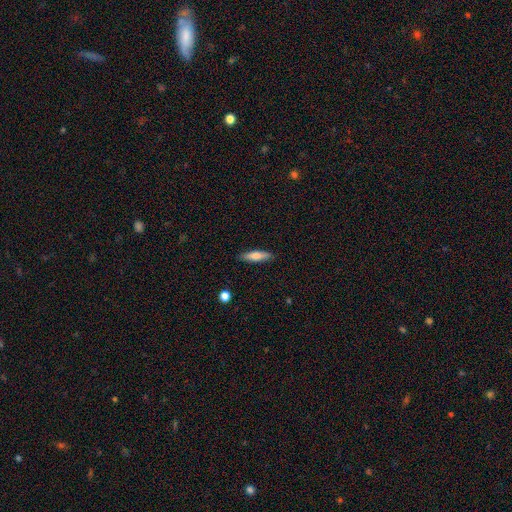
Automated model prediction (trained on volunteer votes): The model was most divided on "smooth or featured": smooth: 68%, featured or disk: 26%, star or artifact: 6%. More confident: merging — none (88%); how rounded — cigar-shaped (71%).